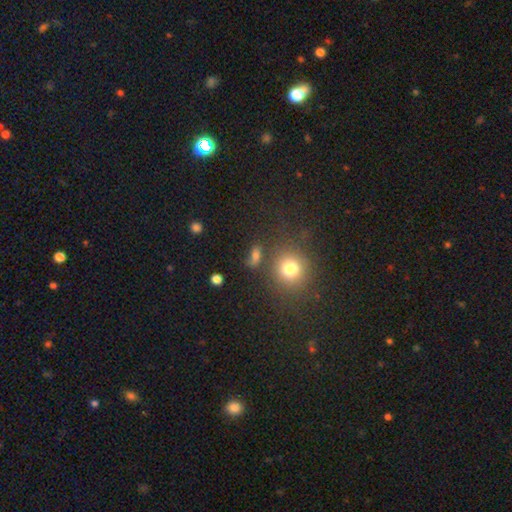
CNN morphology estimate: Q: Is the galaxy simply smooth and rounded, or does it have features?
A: smooth — 68%.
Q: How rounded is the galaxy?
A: in between — 51%.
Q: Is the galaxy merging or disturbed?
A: none — 70%.